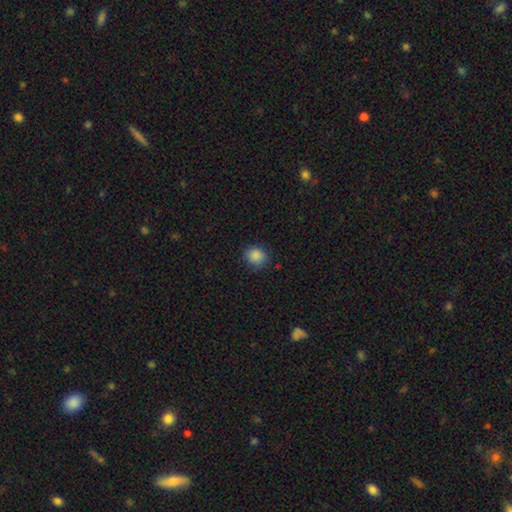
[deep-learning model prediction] A smooth galaxy with no disk features (87%) that is round (82%).

Vote fractions:
- Smooth or featured? smooth: 87% / star or artifact: 10% / featured or disk: 3%
- How rounded? round: 82% / in between: 17% / cigar-shaped: 1%
- Merging? none: 86% / minor disturbance: 10% / major disturbance: 3% / merger: 1%